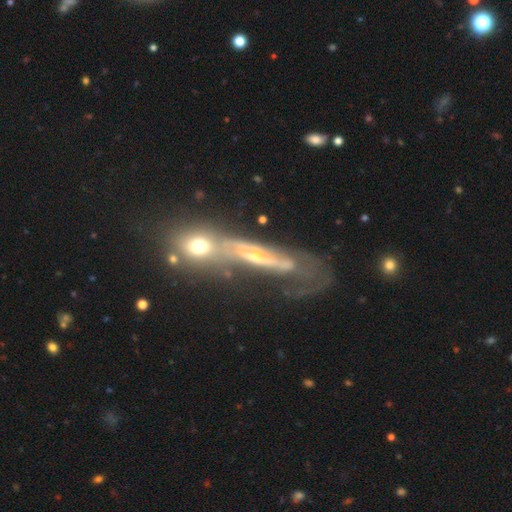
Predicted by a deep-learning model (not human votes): smooth_or_featured: featured or disk (p=0.66) [alt: smooth p=0.22]
disk_edge_on: no (p=0.61) [alt: yes p=0.39]
merging: merger (p=0.42) [alt: major disturbance p=0.23]